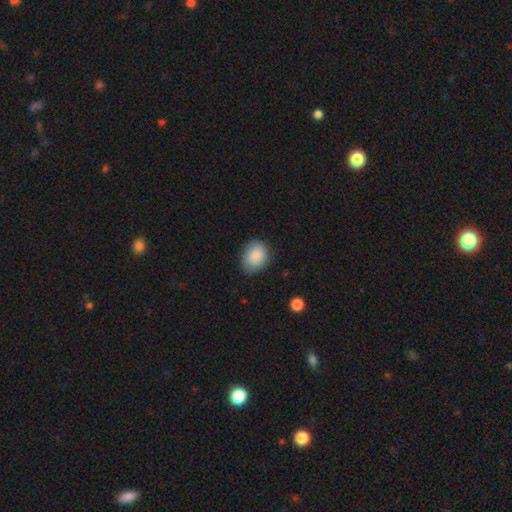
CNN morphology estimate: type=smooth (85%); roundness=in between (58%); merging=none (76%).